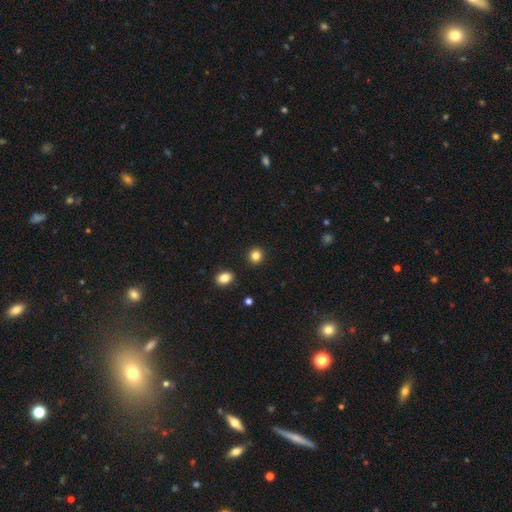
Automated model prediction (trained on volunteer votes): smooth 84%, star or artifact 11%, featured or disk 4%. Down the decision tree: how rounded — round (89%); merging — none (92%).